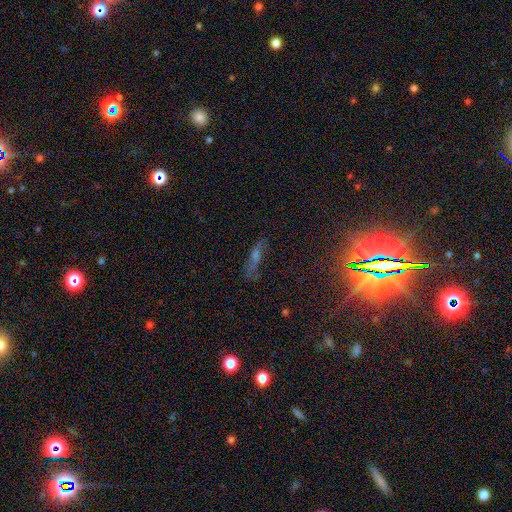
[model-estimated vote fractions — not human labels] smooth-or-featured: featured or disk: 36% | star or artifact: 34% | smooth: 30%
  merging: none: 67% | minor disturbance: 19% | major disturbance: 10% | merger: 4%